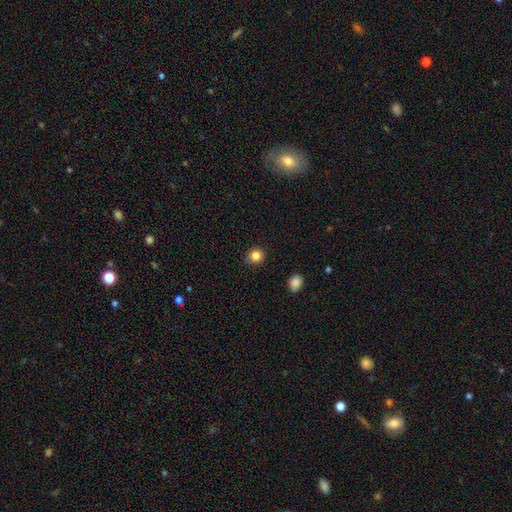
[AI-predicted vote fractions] smooth_or_featured: smooth (p=0.85) [alt: star or artifact p=0.11]
how_rounded: round (p=0.86) [alt: in between p=0.13]
merging: none (p=0.87) [alt: minor disturbance p=0.10]